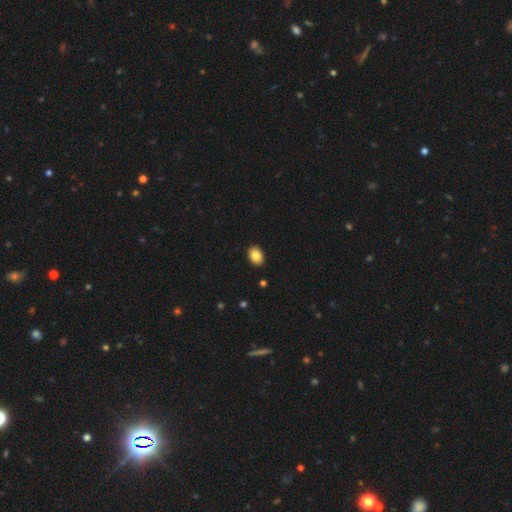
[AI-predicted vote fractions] Q: Smooth or featured?
A: smooth (85%); runner-up: star or artifact (8%)
Q: How rounded?
A: in between (83%); runner-up: round (16%)
Q: Merging?
A: none (91%); runner-up: minor disturbance (7%)